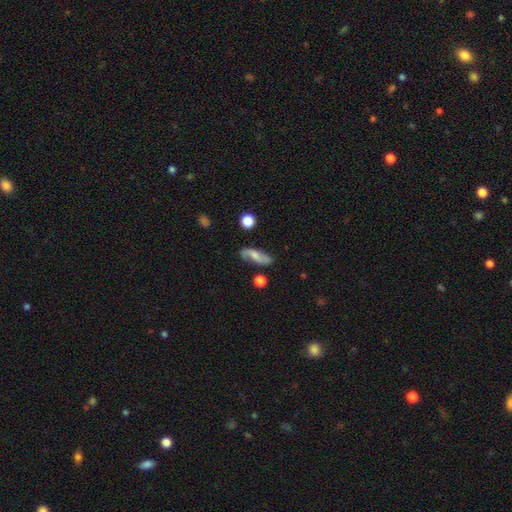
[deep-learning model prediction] smooth_or_featured: featured or disk (p=0.58) [alt: smooth p=0.35]
disk_edge_on: no (p=0.89) [alt: yes p=0.11]
bar: no (p=0.52) [alt: weak p=0.36]
has_spiral_arms: yes (p=0.91) [alt: no p=0.09]
bulge_size: small (p=0.43) [alt: moderate p=0.36]
merging: none (p=0.72) [alt: minor disturbance p=0.19]